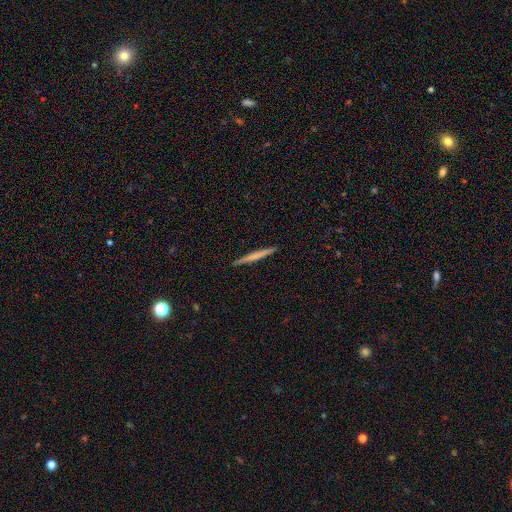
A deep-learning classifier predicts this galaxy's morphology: type=smooth (56%); roundness=cigar-shaped (97%); merging=none (91%).